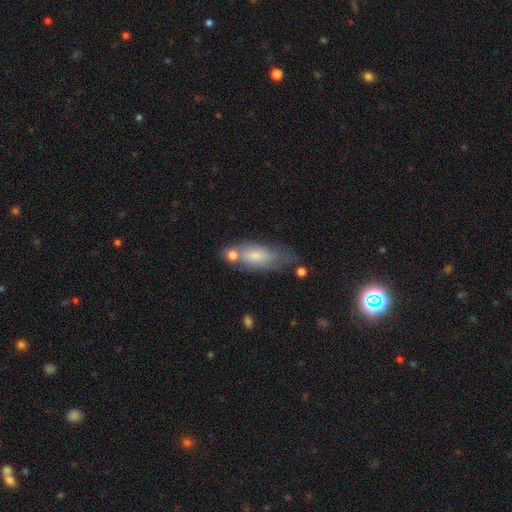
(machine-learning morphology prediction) A smooth galaxy with no disk features (67%) that is in between round and cigar-shaped (69%).

Vote fractions:
- Smooth or featured? smooth: 67% / featured or disk: 25% / star or artifact: 8%
- How rounded? in between: 69% / cigar-shaped: 28% / round: 3%
- Merging? none: 47% / minor disturbance: 25% / merger: 17% / major disturbance: 10%